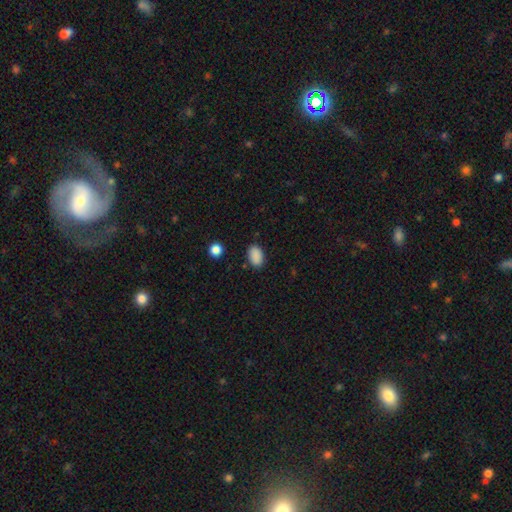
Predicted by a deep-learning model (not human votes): The model was most divided on "merging": none: 85%, minor disturbance: 11%, major disturbance: 3%, merger: 2%. More confident: how rounded — in between (89%); smooth or featured — smooth (89%).